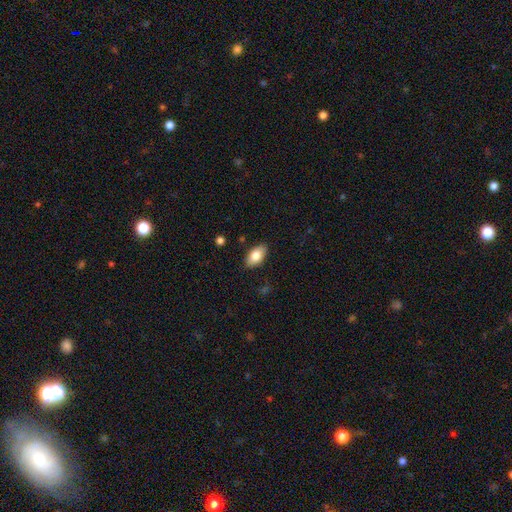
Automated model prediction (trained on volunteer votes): Morphology: type=smooth (81%); roundness=in between (92%); merging=none (87%).